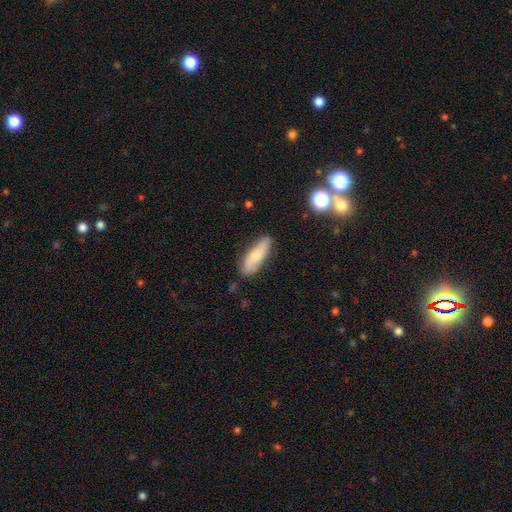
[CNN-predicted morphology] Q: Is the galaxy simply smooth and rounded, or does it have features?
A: smooth — 56%.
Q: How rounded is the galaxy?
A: in between — 57%.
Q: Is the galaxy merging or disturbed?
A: none — 80%.